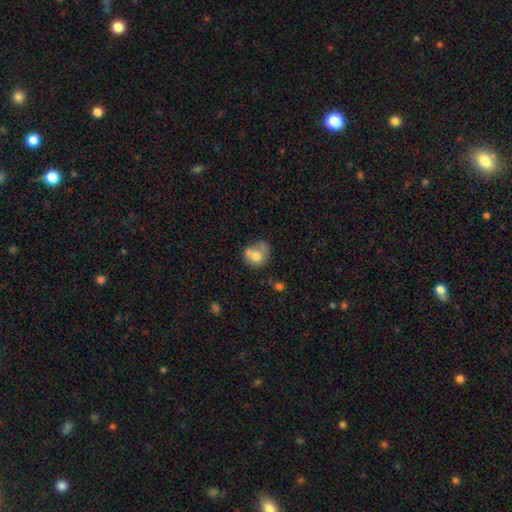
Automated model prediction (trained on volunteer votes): Smooth or featured: smooth — 68% (featured or disk — 23%)
How rounded: round — 74% (in between — 25%)
Merging: none — 39% (merger — 35%)